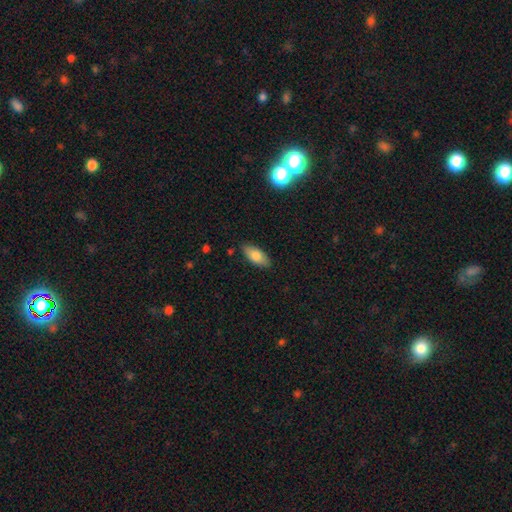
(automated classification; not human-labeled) Smooth or featured? Predicted: smooth (p=0.77). How rounded? Predicted: in between (p=0.85). Merging? Predicted: none (p=0.86).